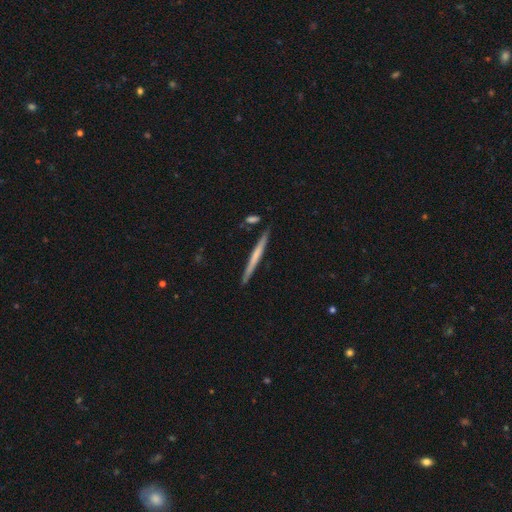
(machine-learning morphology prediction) Smooth or featured: smooth — 50% (featured or disk — 45%)
How rounded: cigar-shaped — 97% (in between — 2%)
Merging: none — 88% (minor disturbance — 8%)